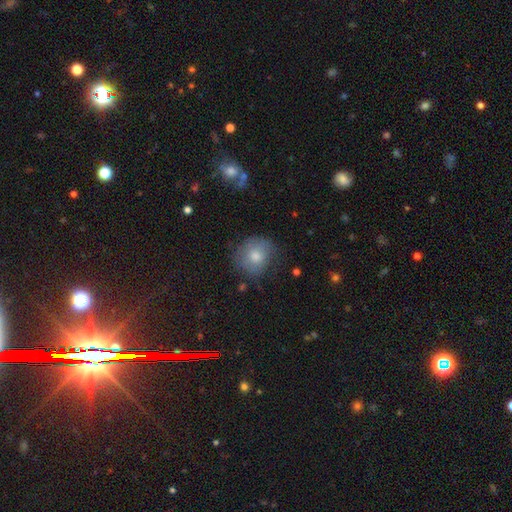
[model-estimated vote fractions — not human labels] The model was most divided on "smooth or featured": smooth: 61%, featured or disk: 25%, star or artifact: 14%. More confident: how rounded — round (79%); merging — none (67%).